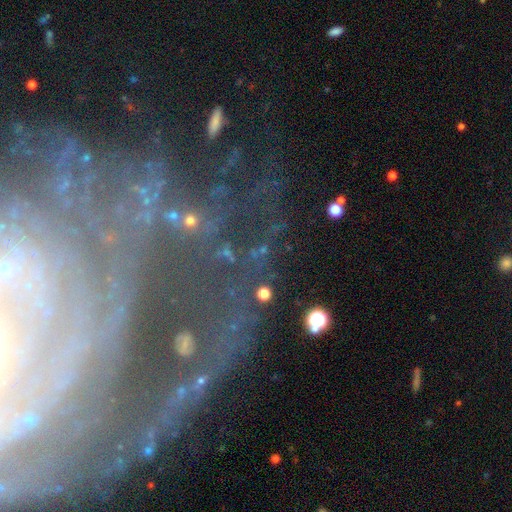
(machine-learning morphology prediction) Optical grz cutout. It shows a featured or disk galaxy (63%) with no bar (42%), tight (63%) spiral arms (88%) and a small central bulge (57%). Merging: none (69%).